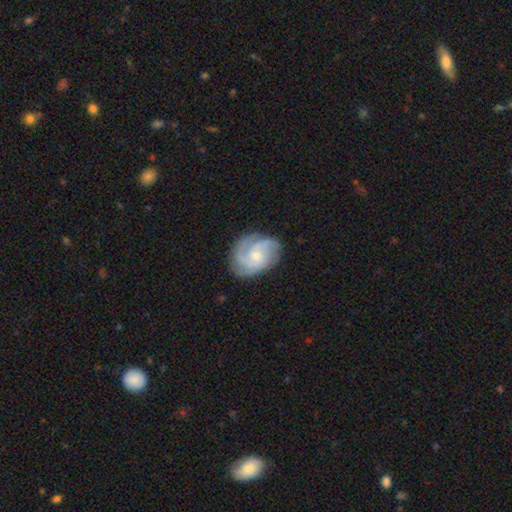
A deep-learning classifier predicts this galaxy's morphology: A featured or disk galaxy (80%) with no bar (68%), 3 (49%) tight (49%) spiral arms (96%) and a small central bulge (57%).

Vote fractions:
- Smooth or featured? featured or disk: 80% / smooth: 14% / star or artifact: 5%
- Edge-on disk? no: 98% / yes: 2%
- Bar? no: 68% / weak: 28% / strong: 3%
- Spiral arms? yes: 96% / no: 4%
- Spiral winding? tight: 49% / medium: 40% / loose: 11%
- Spiral arm count? 3: 49% / 2: 17% / can't tell: 16% / 4: 9% / 1: 5% / more than 4: 4%
- Bulge size? small: 57% / moderate: 38% / none: 2% / large: 2% / dominant: 1%
- Merging? none: 75% / minor disturbance: 18% / major disturbance: 6% / merger: 1%